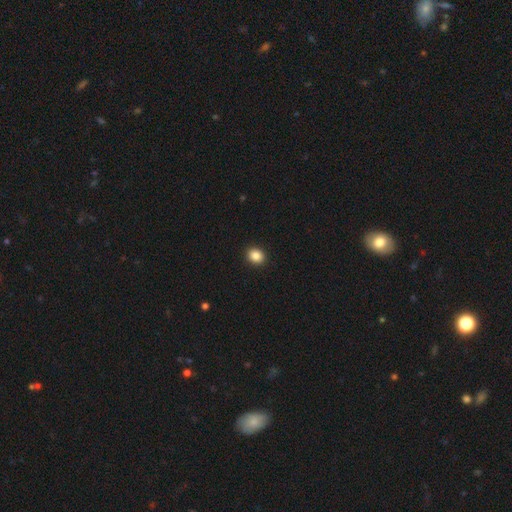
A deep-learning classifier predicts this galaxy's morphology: Smooth or featured? Predicted: smooth (p=0.86). How rounded? Predicted: round (p=0.65). Merging? Predicted: none (p=0.92).